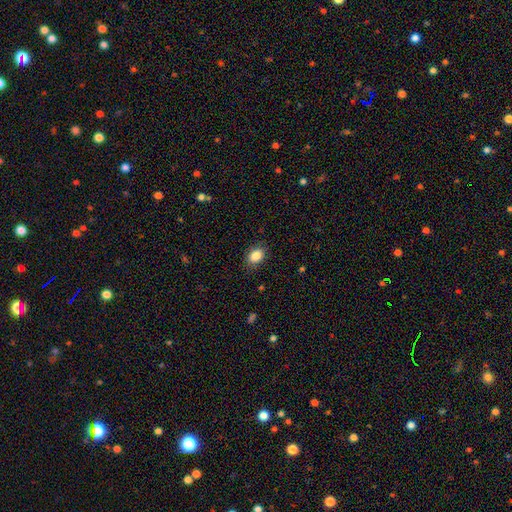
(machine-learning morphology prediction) smooth_or_featured: smooth (p=0.86) [alt: star or artifact p=0.09]
how_rounded: in between (p=0.77) [alt: round p=0.22]
merging: none (p=0.82) [alt: minor disturbance p=0.13]